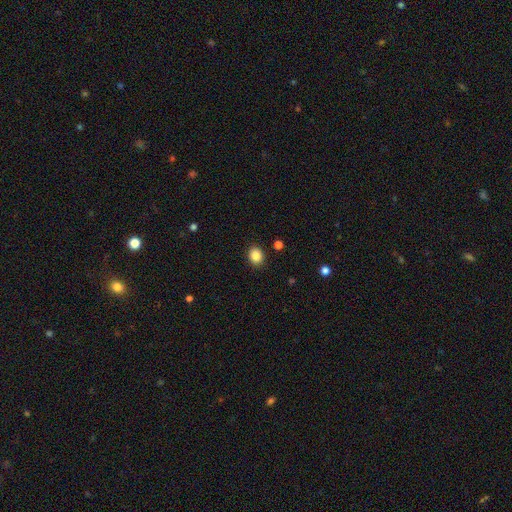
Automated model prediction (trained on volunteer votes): Morphology: type=smooth (85%); roundness=round (60%); merging=none (90%).